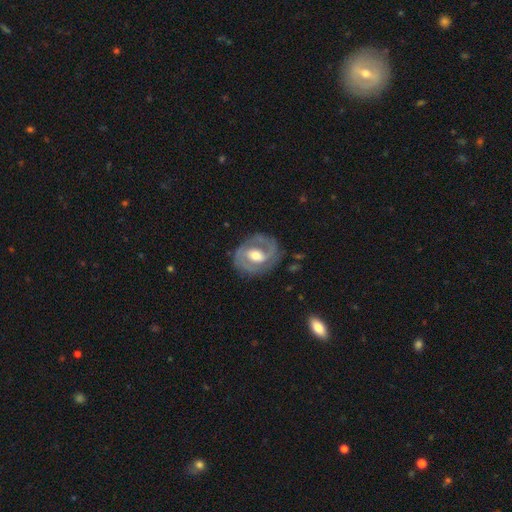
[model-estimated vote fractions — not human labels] smooth-or-featured: featured or disk: 78% | smooth: 18% | star or artifact: 5%
  disk-edge-on: no: 97% | yes: 3%
    bar: weak: 43% | no: 30% | strong: 27%
    has-spiral-arms: yes: 77% | no: 23%
      spiral-winding: tight: 45% | medium: 41% | loose: 15%
      spiral-arm-count: 2: 77% | can't tell: 11% | 1: 8% | 3: 3% | 4: 1% | more than 4: 1%
    bulge-size: moderate: 71% | large: 15% | small: 12% | dominant: 1% | none: 1%
  merging: none: 75% | minor disturbance: 16% | major disturbance: 7% | merger: 1%